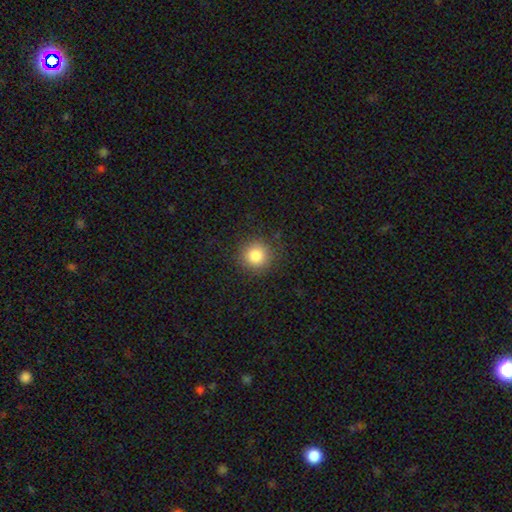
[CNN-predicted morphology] A smooth galaxy with no disk features (83%) that is round (93%). Merging: none (87%).